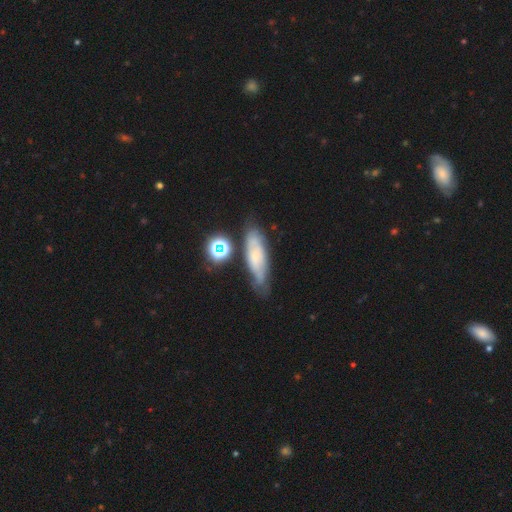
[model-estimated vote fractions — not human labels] A featured or disk galaxy (44%). Merging: none (59%).